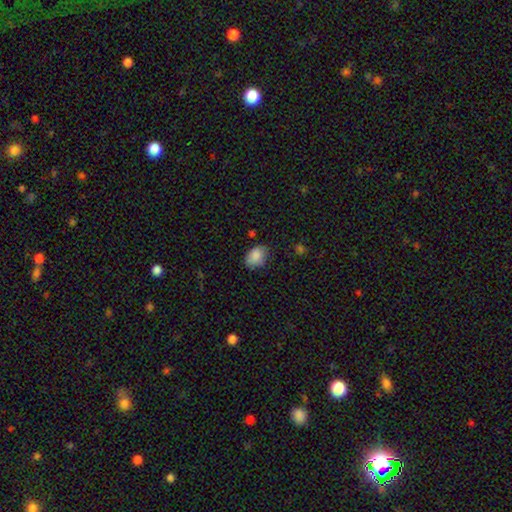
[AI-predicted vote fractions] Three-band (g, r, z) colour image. It shows a smooth galaxy with no disk features (86%) that is in between round and cigar-shaped (79%). Merging: none (69%).